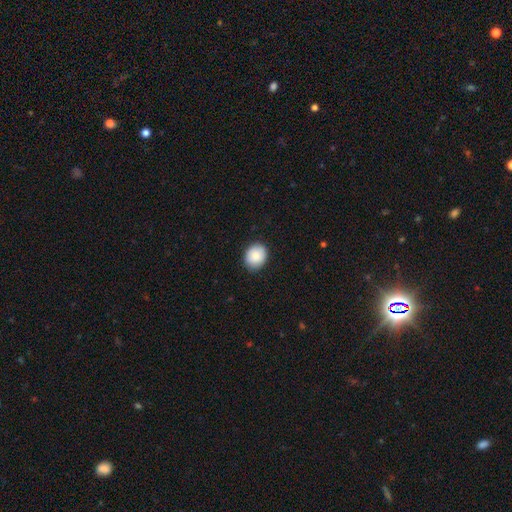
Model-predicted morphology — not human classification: Smooth or featured: smooth — 85% (featured or disk — 8%)
How rounded: round — 60% (in between — 39%)
Merging: none — 85% (minor disturbance — 11%)